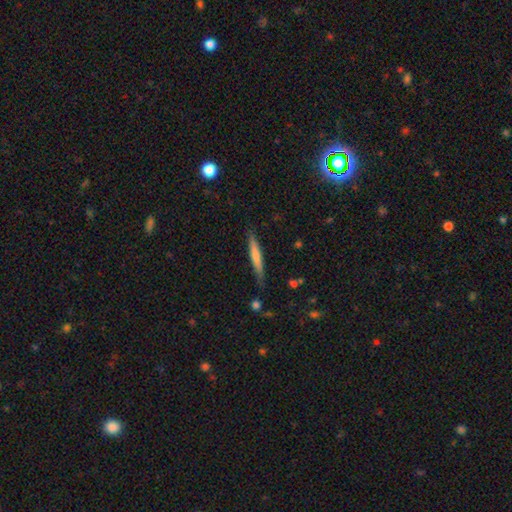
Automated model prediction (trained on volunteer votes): Morphology: type=smooth (62%); roundness=cigar-shaped (93%); merging=none (79%).